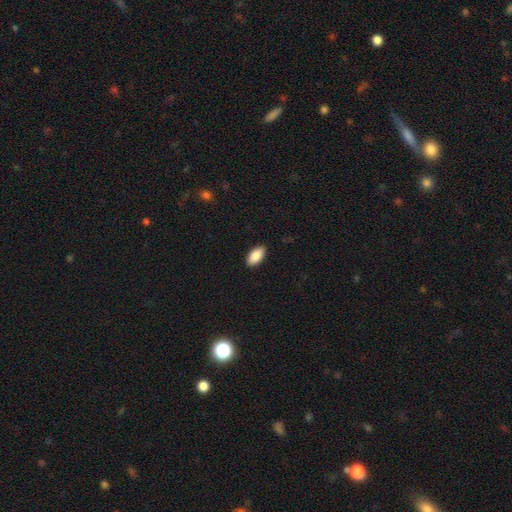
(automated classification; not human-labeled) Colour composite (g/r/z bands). It shows a smooth galaxy with no disk features (88%) that is in between round and cigar-shaped (94%). Merging: none (89%).